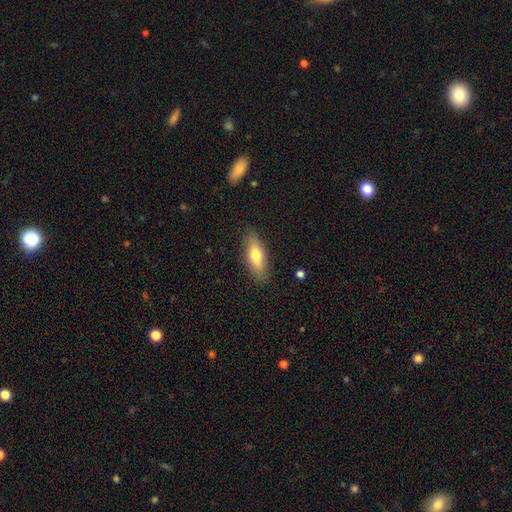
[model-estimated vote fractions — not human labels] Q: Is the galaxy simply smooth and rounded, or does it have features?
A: smooth — 71%.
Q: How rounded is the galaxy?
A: in between — 63%.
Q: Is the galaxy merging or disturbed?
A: none — 86%.